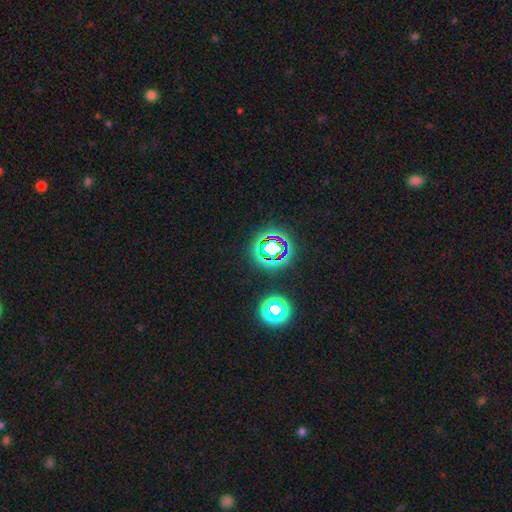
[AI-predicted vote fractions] The model was most divided on "smooth or featured": star or artifact: 74%, smooth: 18%, featured or disk: 8%.